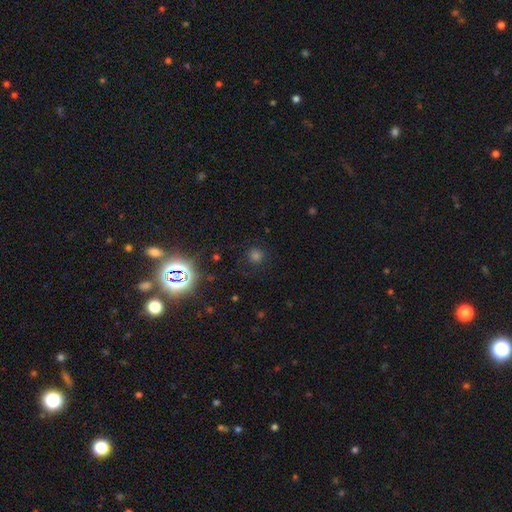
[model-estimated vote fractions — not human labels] A smooth galaxy with no disk features (57%) that is round (91%).

Vote fractions:
- Smooth or featured? smooth: 57% / star or artifact: 37% / featured or disk: 7%
- How rounded? round: 91% / in between: 8% / cigar-shaped: 1%
- Merging? none: 84% / minor disturbance: 9% / major disturbance: 4% / merger: 2%